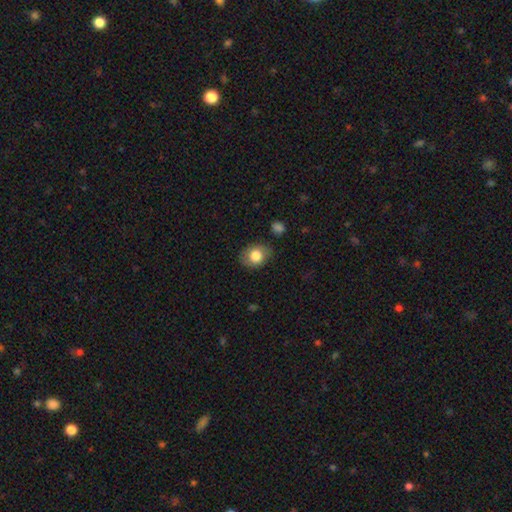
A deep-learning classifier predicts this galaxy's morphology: smooth 81%, featured or disk 12%, star or artifact 8%. Down the decision tree: how rounded — in between (52%); merging — none (79%).